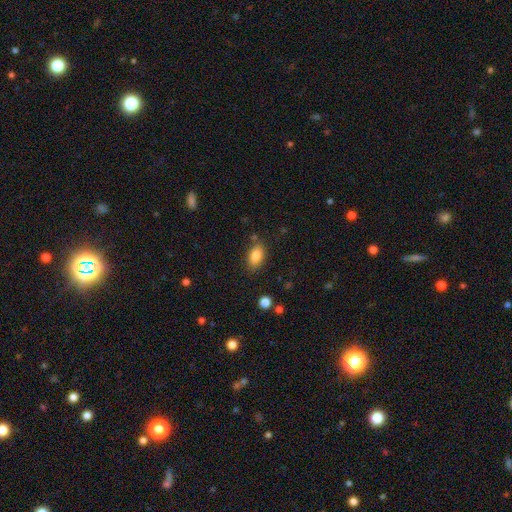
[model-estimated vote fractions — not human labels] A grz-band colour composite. It shows a smooth galaxy with no disk features (83%) that is in between round and cigar-shaped (89%). Merging: none (79%).